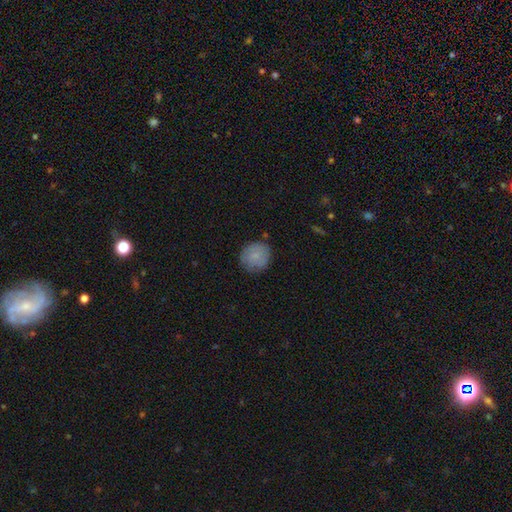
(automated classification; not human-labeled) Smooth or featured? smooth (81%)
How rounded? round (87%)
Merging? none (80%)